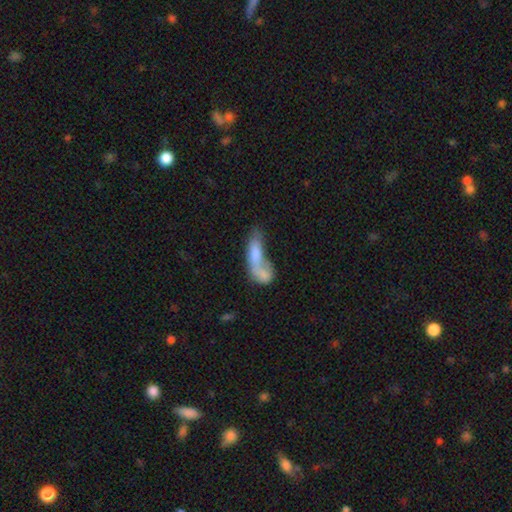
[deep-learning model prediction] Overall: smooth (68%). How rounded: in between (61%; cigar-shaped 33%). Merging: merger (61%).